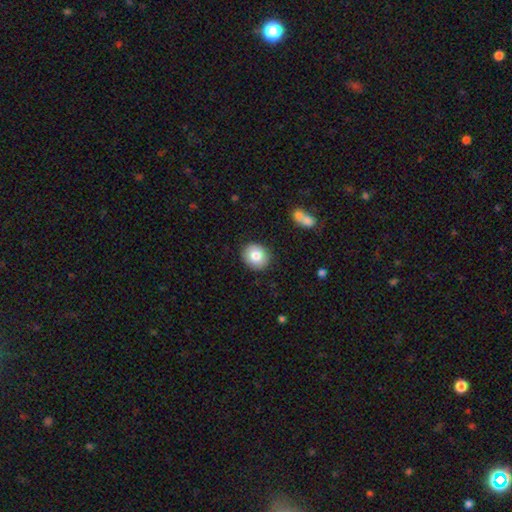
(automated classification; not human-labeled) Smooth or featured?
  - smooth: 81% *
  - featured or disk: 10%
  - star or artifact: 8%
How rounded?
  - round: 77% *
  - in between: 22%
  - cigar-shaped: 1%
Merging?
  - none: 89% *
  - minor disturbance: 7%
  - major disturbance: 2%
  - merger: 1%